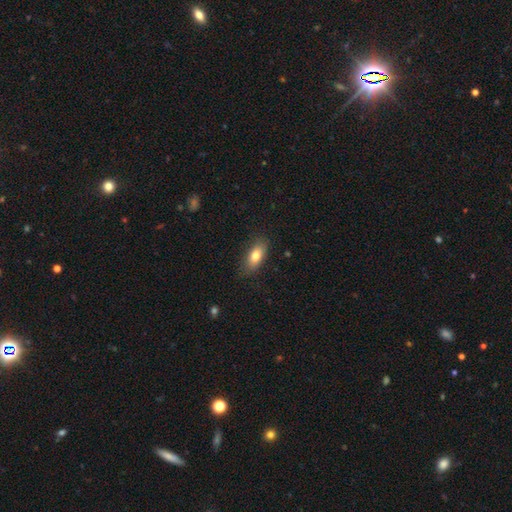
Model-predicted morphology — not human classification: Smooth or featured? Predicted: smooth (p=0.77). How rounded? Predicted: in between (p=0.83). Merging? Predicted: none (p=0.81).